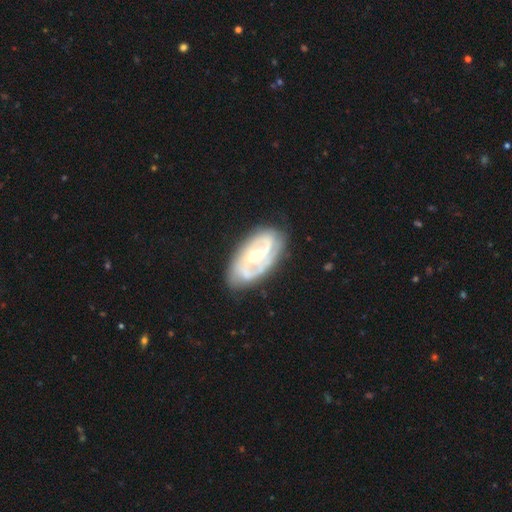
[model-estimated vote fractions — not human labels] This is clearly a featured or disk galaxy (84%). It is clearly not viewed edge-on (95%). Bar: marginally weak (42%). Spiral arm pattern: clearly yes (90%). Spiral arm count: likely 2 (70%). Spiral winding: possibly tight (45%). Central bulge: likely moderate (64%). Merging: likely none (79%).